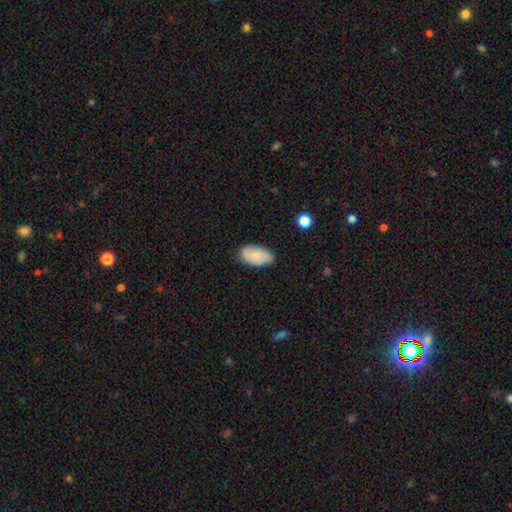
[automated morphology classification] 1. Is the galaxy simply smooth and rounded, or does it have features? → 68% smooth, 25% featured or disk, 7% star or artifact.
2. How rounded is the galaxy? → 94% in between, 4% round, 2% cigar-shaped.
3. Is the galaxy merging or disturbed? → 77% none, 18% minor disturbance, 3% major disturbance, 1% merger.